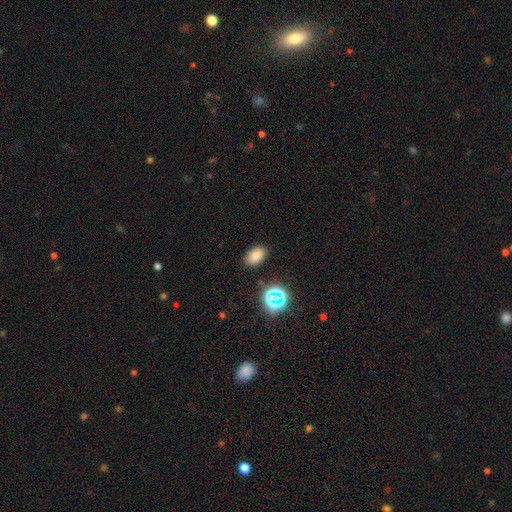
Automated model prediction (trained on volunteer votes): smooth-or-featured: smooth: 77% | star or artifact: 16% | featured or disk: 7%
  how-rounded: in between: 85% | round: 13% | cigar-shaped: 1%
  merging: none: 84% | minor disturbance: 11% | major disturbance: 3% | merger: 2%